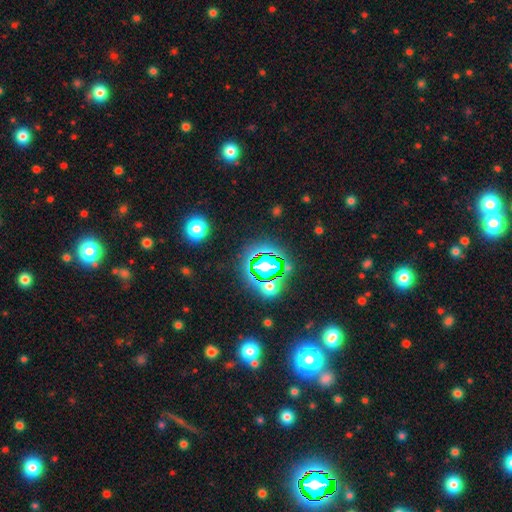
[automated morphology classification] Smooth or featured: star or artifact — 78% (smooth — 14%)